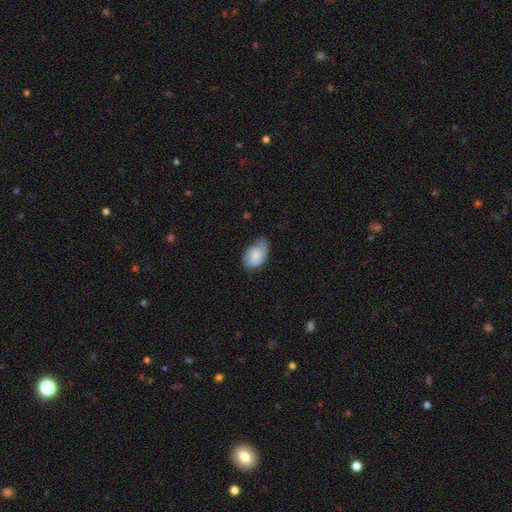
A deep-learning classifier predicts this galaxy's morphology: type=smooth (71%); roundness=in between (90%); merging=none (48%).